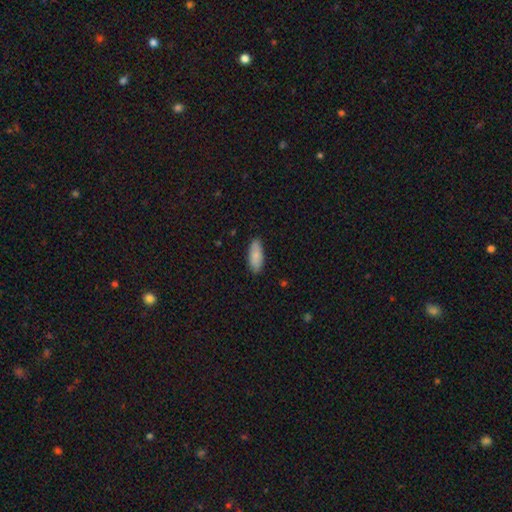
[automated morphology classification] Smooth or featured? Predicted: smooth (p=0.85). How rounded? Predicted: in between (p=0.79). Merging? Predicted: none (p=0.87).